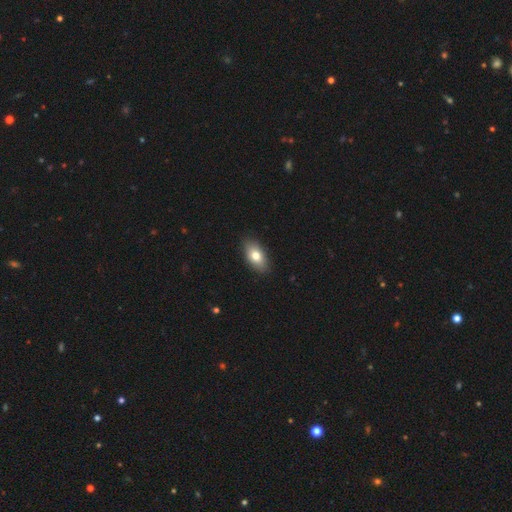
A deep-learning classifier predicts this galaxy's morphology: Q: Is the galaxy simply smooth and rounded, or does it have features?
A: smooth — 76%.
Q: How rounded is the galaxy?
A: in between — 90%.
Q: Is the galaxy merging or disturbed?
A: none — 88%.